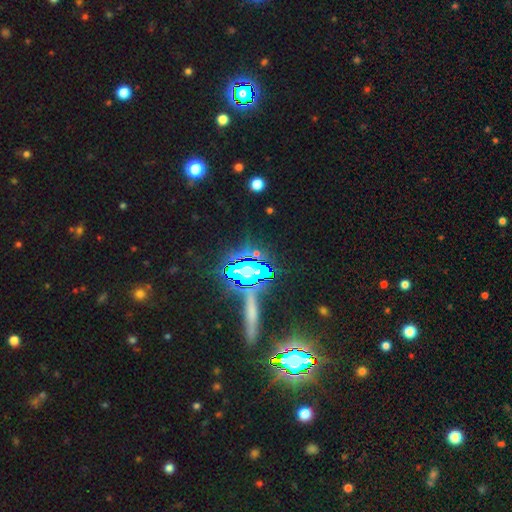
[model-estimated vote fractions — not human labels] The model was most divided on "smooth or featured": star or artifact: 60%, smooth: 22%, featured or disk: 17%.